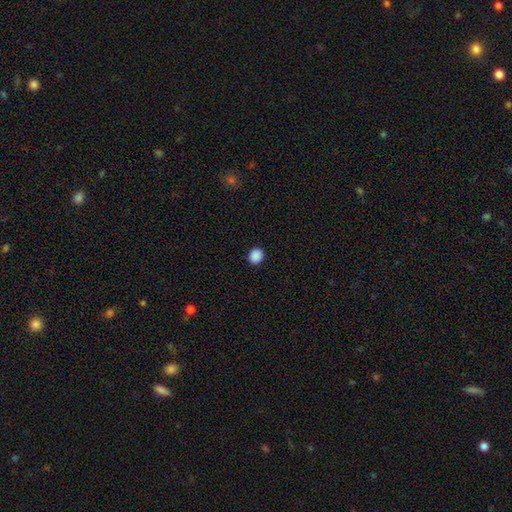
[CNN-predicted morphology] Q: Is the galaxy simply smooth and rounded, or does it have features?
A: smooth — 89%.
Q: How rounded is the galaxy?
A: round — 81%.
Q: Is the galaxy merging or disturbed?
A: none — 92%.